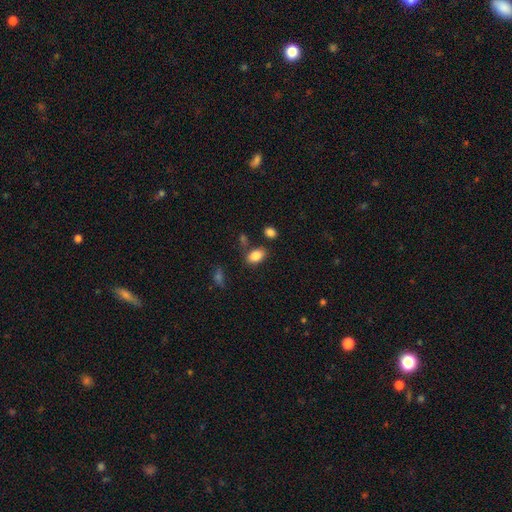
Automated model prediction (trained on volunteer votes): A smooth galaxy with no disk features (85%) that is in between round and cigar-shaped (88%). Merging: none (76%).